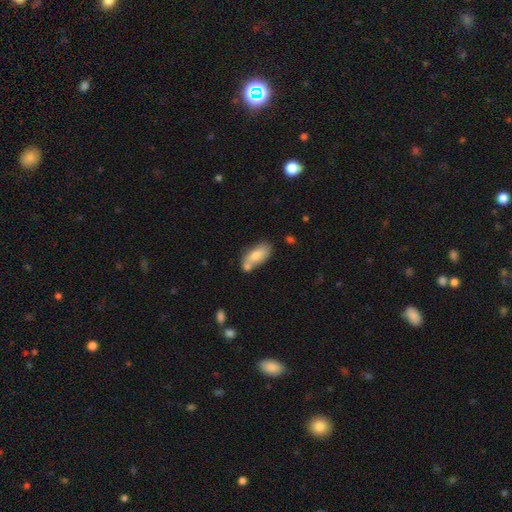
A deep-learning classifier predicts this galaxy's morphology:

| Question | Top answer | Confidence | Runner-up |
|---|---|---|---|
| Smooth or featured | smooth | 71% | featured or disk (22%) |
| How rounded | in between | 86% | cigar-shaped (11%) |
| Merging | none | 50% | merger (29%) |